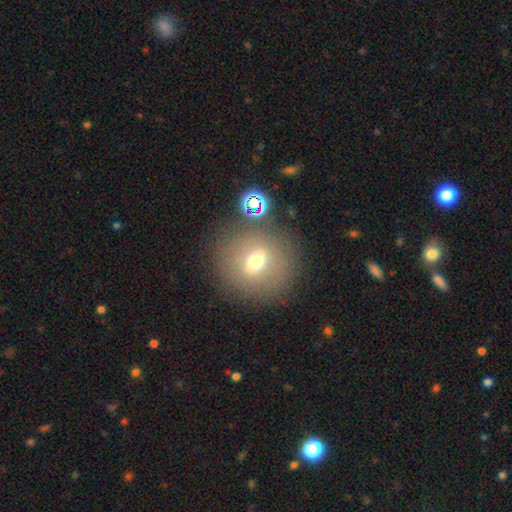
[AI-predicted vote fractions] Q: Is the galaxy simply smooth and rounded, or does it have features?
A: smooth — 57%.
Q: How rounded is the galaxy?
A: round — 87%.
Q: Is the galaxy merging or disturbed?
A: none — 83%.